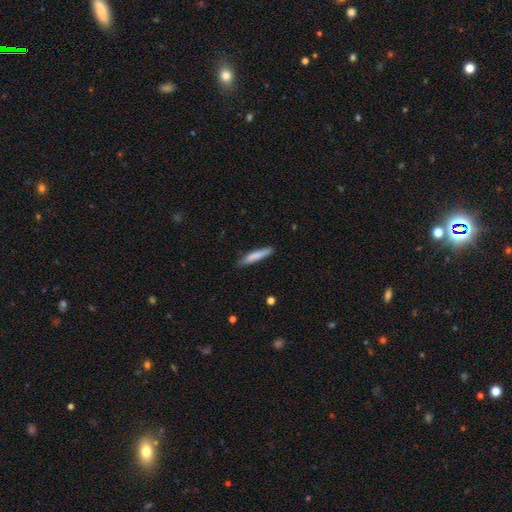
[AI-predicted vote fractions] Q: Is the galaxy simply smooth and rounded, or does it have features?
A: smooth — 78%.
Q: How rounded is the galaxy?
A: cigar-shaped — 90%.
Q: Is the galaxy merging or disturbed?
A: none — 81%.